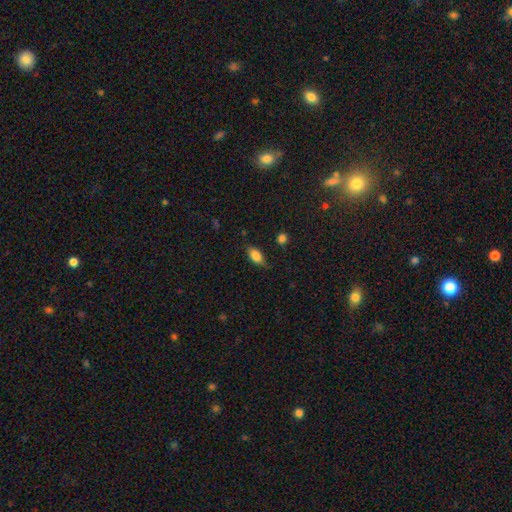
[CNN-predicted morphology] Smooth or featured? smooth (81%)
How rounded? in between (86%)
Merging? none (72%)